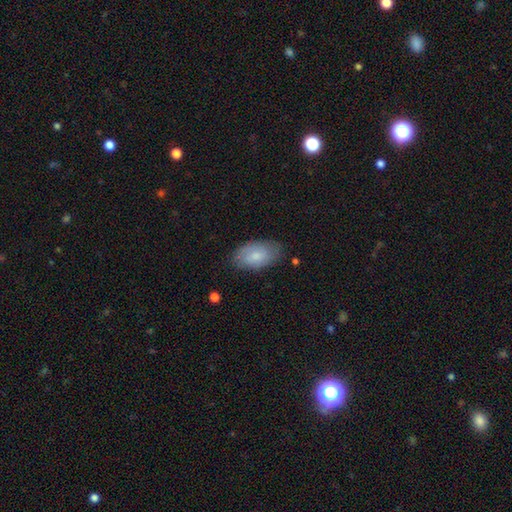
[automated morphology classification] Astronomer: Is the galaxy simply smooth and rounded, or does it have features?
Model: smooth — 74%.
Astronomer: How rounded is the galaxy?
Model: in between — 94%.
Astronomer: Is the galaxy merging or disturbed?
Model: none — 77%.